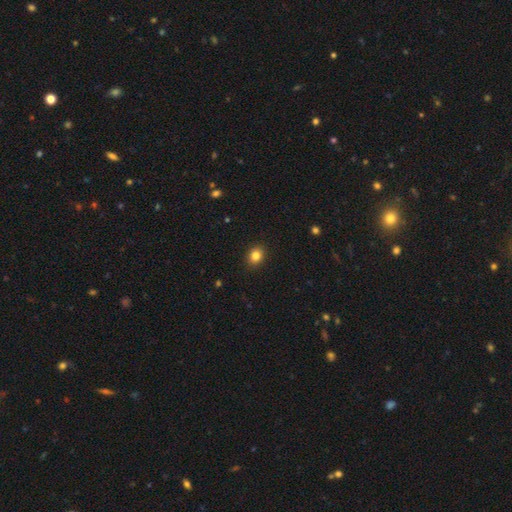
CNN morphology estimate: smooth_or_featured: smooth (p=0.84) [alt: star or artifact p=0.11]
how_rounded: round (p=0.59) [alt: in between p=0.40]
merging: none (p=0.91) [alt: minor disturbance p=0.07]